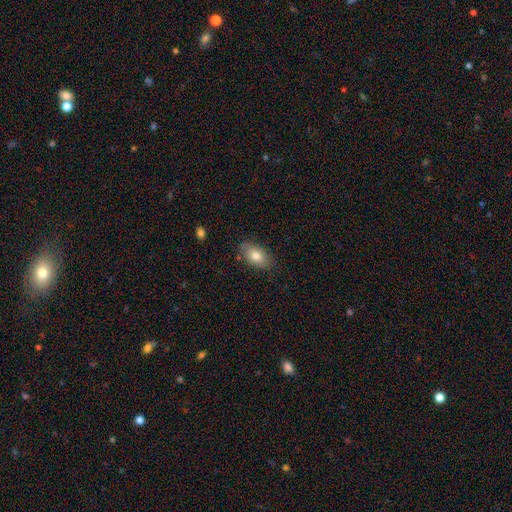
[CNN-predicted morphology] Smooth or featured? Predicted: smooth (p=0.80). How rounded? Predicted: in between (p=0.91). Merging? Predicted: none (p=0.83).